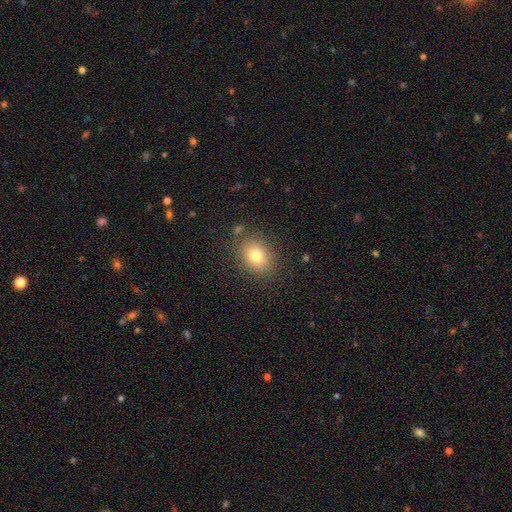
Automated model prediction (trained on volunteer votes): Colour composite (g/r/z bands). It shows a smooth galaxy with no disk features (78%) that is in between round and cigar-shaped (56%). Merging: none (83%).